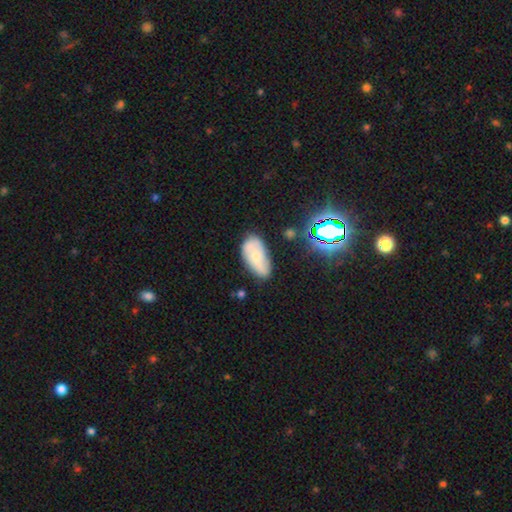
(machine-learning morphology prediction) A smooth galaxy with no disk features (49%).

Vote fractions:
- Smooth or featured? smooth: 49% / featured or disk: 40% / star or artifact: 11%
- Merging? none: 61% / minor disturbance: 27% / major disturbance: 7% / merger: 4%